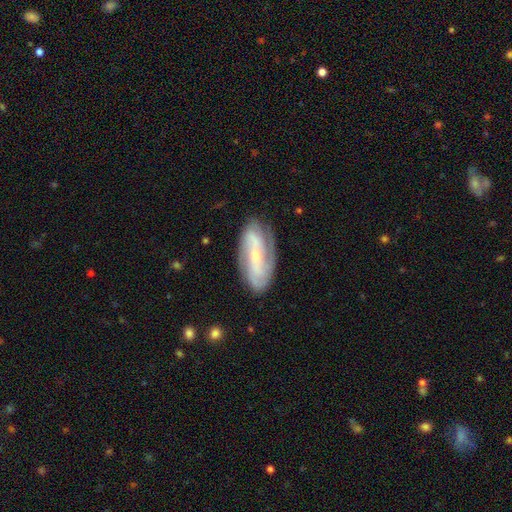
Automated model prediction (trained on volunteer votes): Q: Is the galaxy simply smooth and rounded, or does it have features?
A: featured or disk — 79%.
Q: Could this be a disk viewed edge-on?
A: no — 92%.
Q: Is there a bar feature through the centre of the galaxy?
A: no — 36%.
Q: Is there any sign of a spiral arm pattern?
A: yes — 93%.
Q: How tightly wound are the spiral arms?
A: tight — 43%.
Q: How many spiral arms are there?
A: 2 — 55%.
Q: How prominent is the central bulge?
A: small — 68%.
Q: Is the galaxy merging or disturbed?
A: none — 79%.